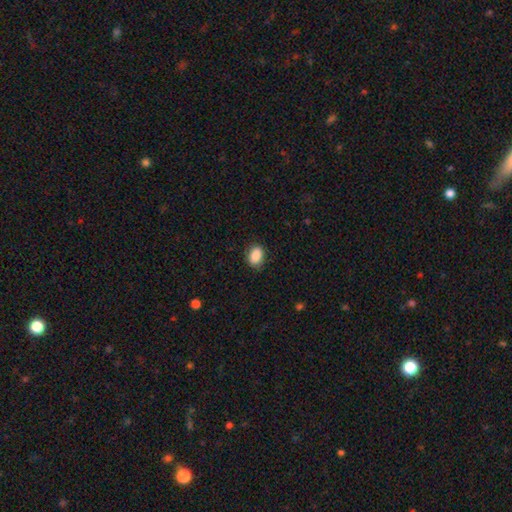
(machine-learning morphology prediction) smooth 89%, star or artifact 8%, featured or disk 3%. Down the decision tree: how rounded — in between (80%); merging — none (85%).